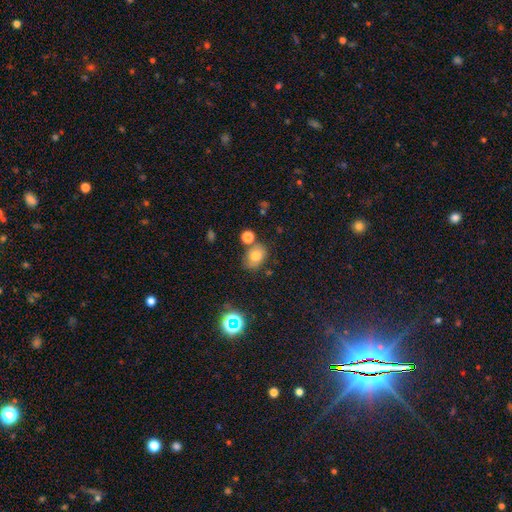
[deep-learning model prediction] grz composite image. It shows a smooth galaxy with no disk features (73%) that is in between round and cigar-shaped (66%). Merging: none (66%).